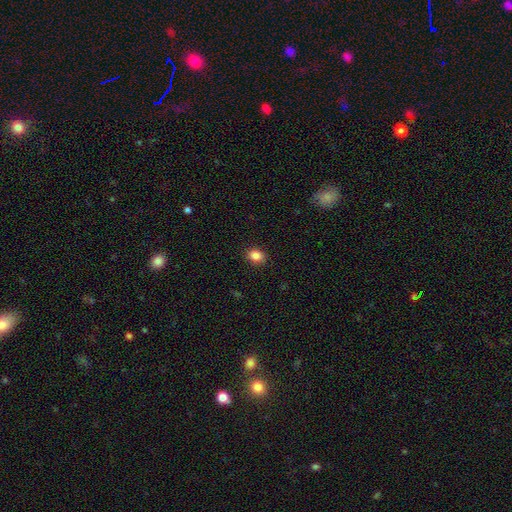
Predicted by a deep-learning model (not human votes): Smooth or featured? Predicted: smooth (p=0.86). How rounded? Predicted: in between (p=0.51). Merging? Predicted: none (p=0.89).